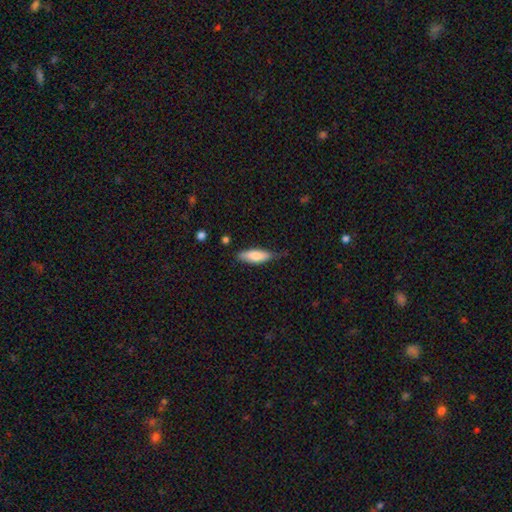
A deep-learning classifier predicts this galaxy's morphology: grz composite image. It shows a smooth galaxy with no disk features (77%) that is in between round and cigar-shaped (55%). Merging: none (64%).